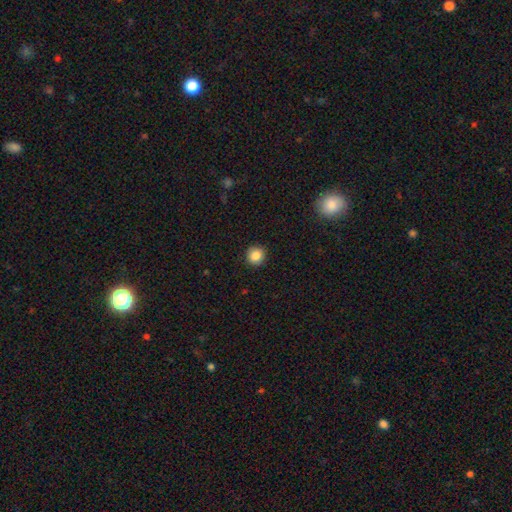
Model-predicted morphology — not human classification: smooth-or-featured: smooth: 86% | star or artifact: 10% | featured or disk: 5%
  how-rounded: round: 91% | in between: 8% | cigar-shaped: 1%
  merging: none: 91% | minor disturbance: 6% | major disturbance: 2% | merger: 1%